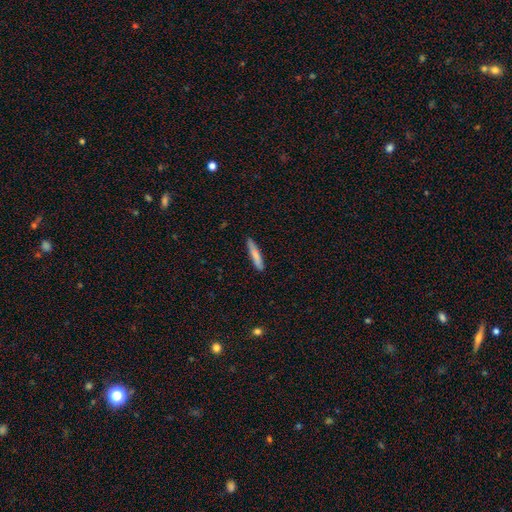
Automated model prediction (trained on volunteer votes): A smooth galaxy with no disk features (79%) that is cigar-shaped (91%). Merging: none (85%).